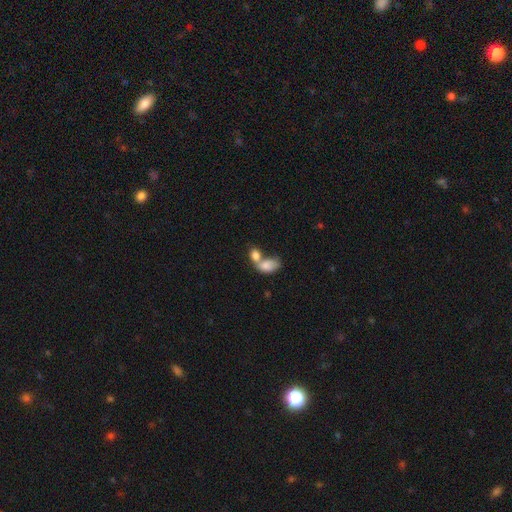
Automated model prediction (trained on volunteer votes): This is likely a smooth galaxy (80%). How rounded: likely in between (80%). Merging: likely merger (69%).